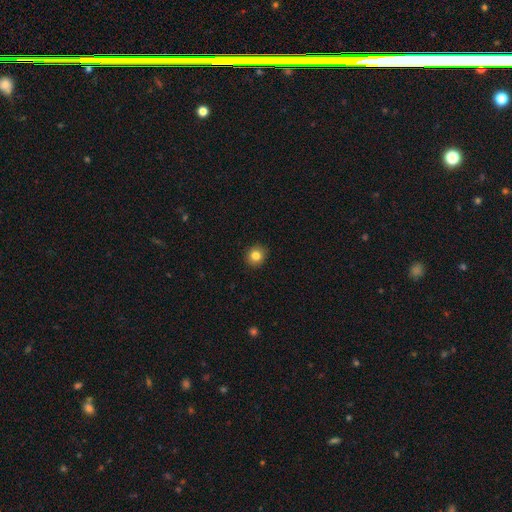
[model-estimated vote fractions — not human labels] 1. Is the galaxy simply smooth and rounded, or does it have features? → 82% smooth, 11% star or artifact, 7% featured or disk.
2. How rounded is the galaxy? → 86% round, 13% in between, 1% cigar-shaped.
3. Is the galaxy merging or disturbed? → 92% none, 6% minor disturbance, 2% major disturbance, 1% merger.